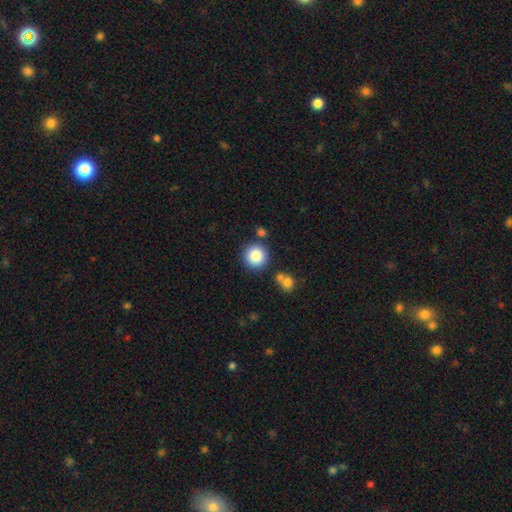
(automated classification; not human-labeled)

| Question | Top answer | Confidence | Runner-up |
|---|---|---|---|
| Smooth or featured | smooth | 85% | star or artifact (9%) |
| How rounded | round | 94% | in between (5%) |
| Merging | none | 81% | minor disturbance (8%) |